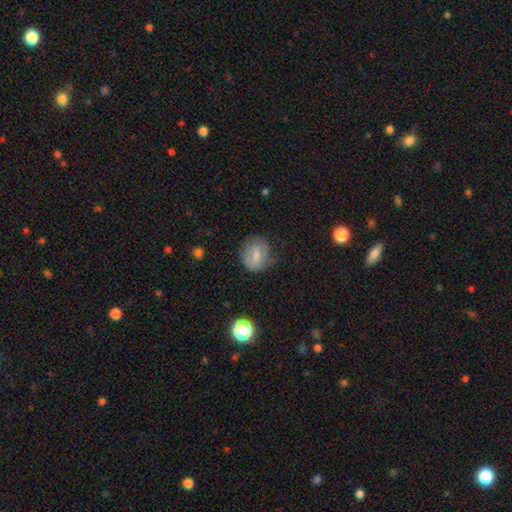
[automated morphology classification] type=smooth (65%); roundness=round (61%); merging=none (65%).